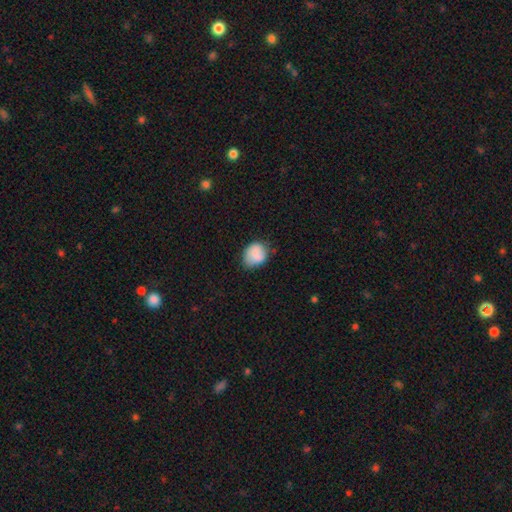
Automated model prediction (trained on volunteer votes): smooth_or_featured: smooth (p=0.81) [alt: featured or disk p=0.12]
how_rounded: round (p=0.55) [alt: in between p=0.44]
merging: none (p=0.66) [alt: minor disturbance p=0.25]